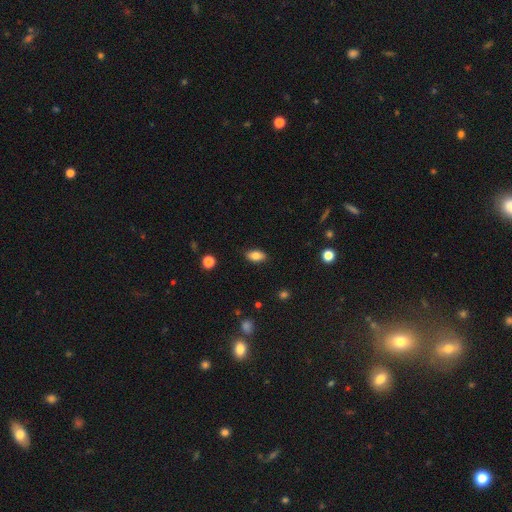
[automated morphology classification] type=smooth (82%); roundness=in between (90%); merging=none (87%).